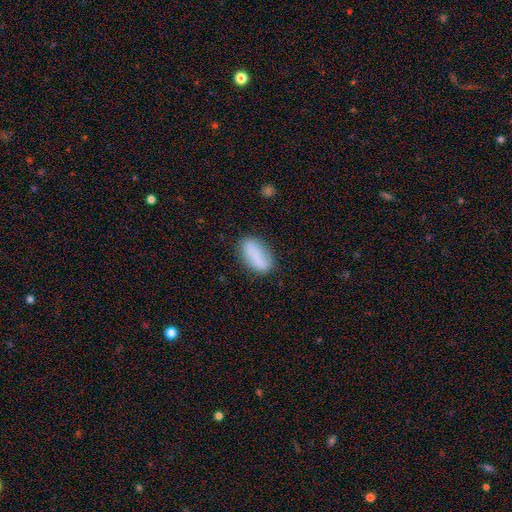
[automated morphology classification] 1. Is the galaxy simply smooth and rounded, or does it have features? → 80% smooth, 13% featured or disk, 8% star or artifact.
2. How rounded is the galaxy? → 82% in between, 14% cigar-shaped, 4% round.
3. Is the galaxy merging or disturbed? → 74% none, 18% minor disturbance, 5% major disturbance, 3% merger.